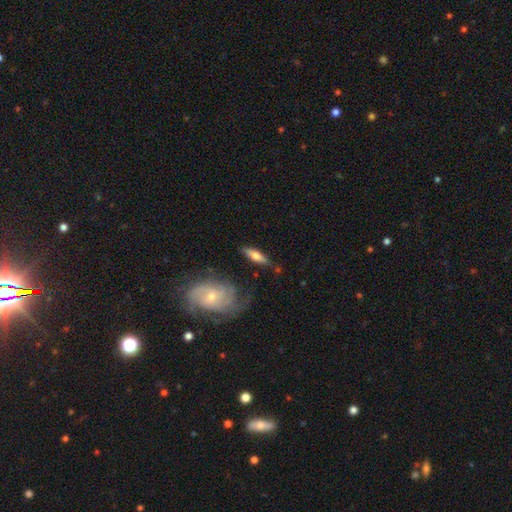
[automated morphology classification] This is possibly a smooth galaxy (56%). How rounded: possibly in between (49%). Merging: likely none (76%).